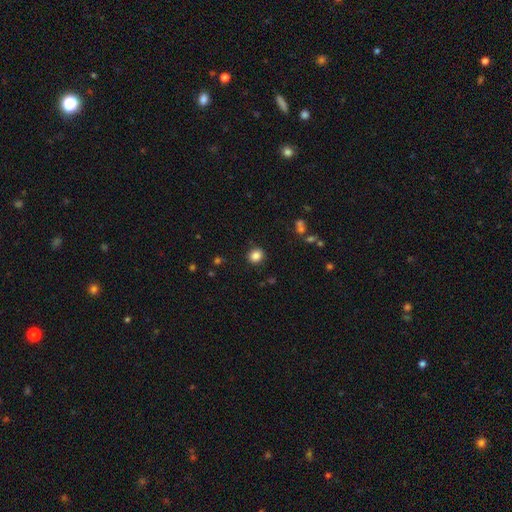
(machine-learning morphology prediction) Smooth or featured: smooth — 85% (star or artifact — 11%)
How rounded: round — 80% (in between — 19%)
Merging: none — 89% (minor disturbance — 7%)